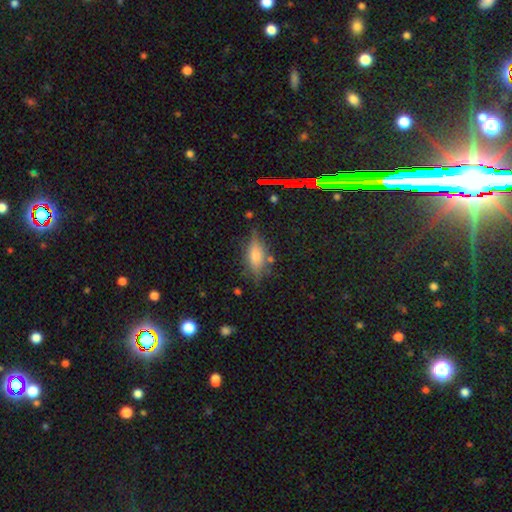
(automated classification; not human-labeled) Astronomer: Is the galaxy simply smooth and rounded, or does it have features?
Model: smooth — 58%.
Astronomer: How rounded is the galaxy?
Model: in between — 71%.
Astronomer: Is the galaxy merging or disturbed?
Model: none — 73%.